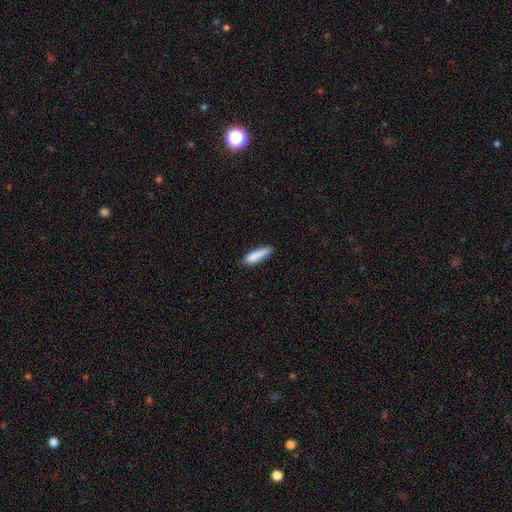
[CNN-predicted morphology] The model was most divided on "how rounded": cigar-shaped: 69%, in between: 29%, round: 2%. More confident: smooth or featured — smooth (86%); merging — none (72%).